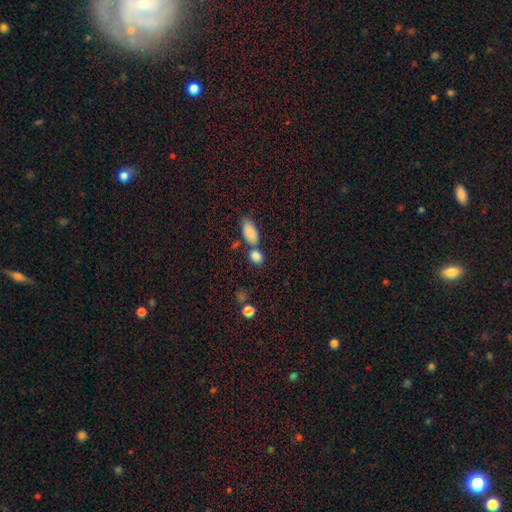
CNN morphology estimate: Smooth or featured? smooth (84%)
How rounded? in between (55%)
Merging? none (57%)